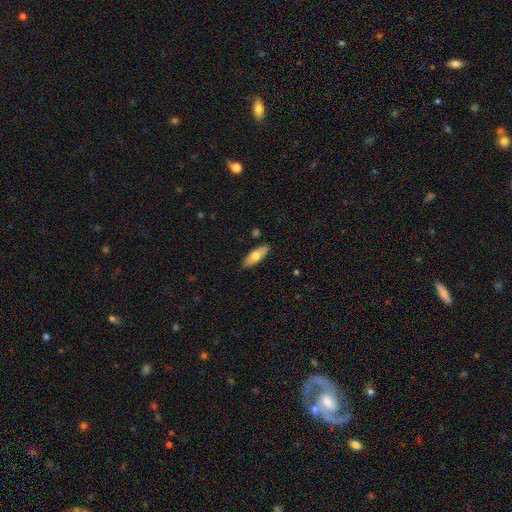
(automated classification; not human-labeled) Smooth or featured? Predicted: smooth (p=0.67). How rounded? Predicted: in between (p=0.66). Merging? Predicted: none (p=0.87).